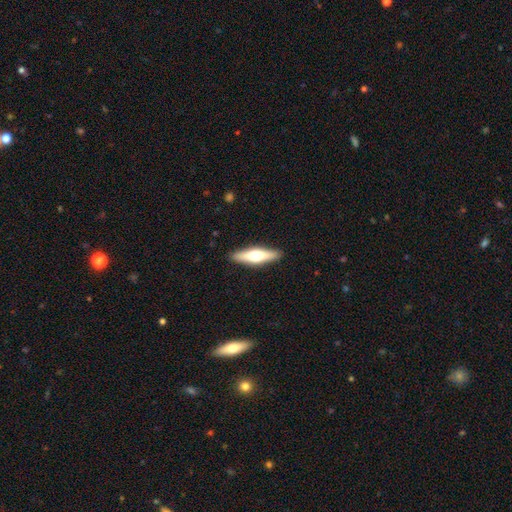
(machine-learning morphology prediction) Smooth or featured: featured or disk — 48% (smooth — 46%)
Merging: none — 90% (minor disturbance — 7%)